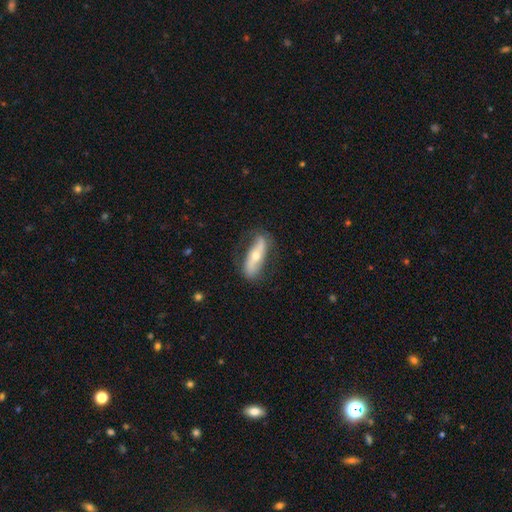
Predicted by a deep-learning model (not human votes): Smooth or featured? featured or disk (61%)
Edge-on disk? no (64%)
Merging? none (77%)